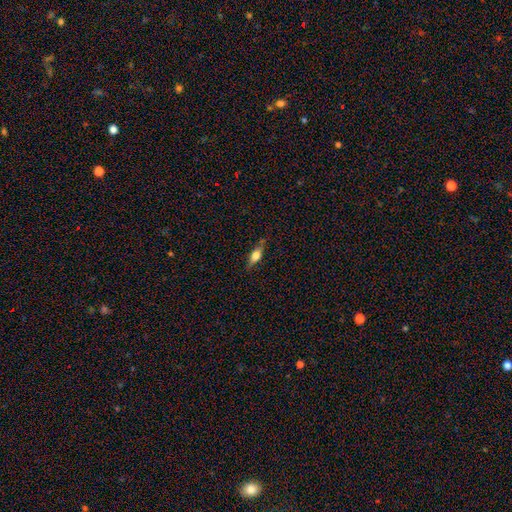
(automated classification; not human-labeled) The model was most divided on "smooth or featured": smooth: 49%, featured or disk: 43%, star or artifact: 8%. More confident: merging — none (79%).